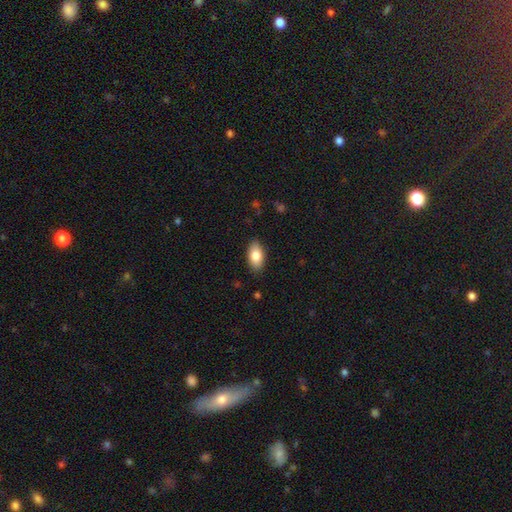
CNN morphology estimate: This is clearly a smooth galaxy (83%). How rounded: clearly in between (93%). Merging: clearly none (87%).